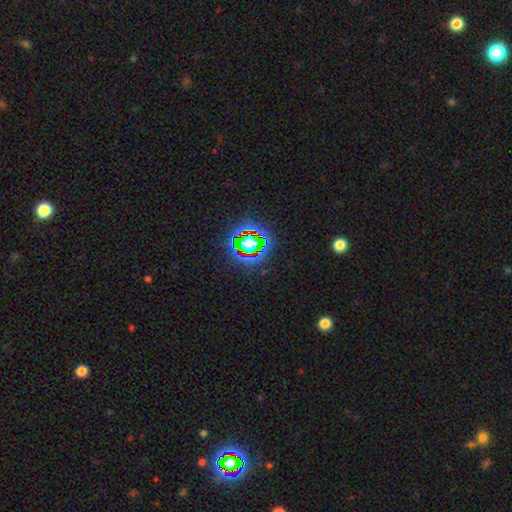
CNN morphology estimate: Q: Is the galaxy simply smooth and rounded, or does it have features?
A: star or artifact — 71%.